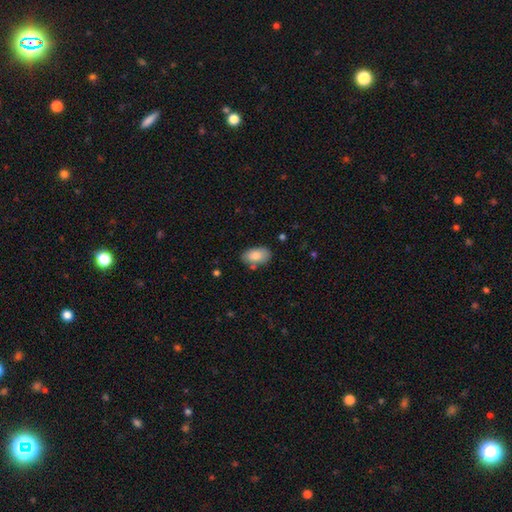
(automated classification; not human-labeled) This is clearly a smooth galaxy (84%). How rounded: clearly in between (93%). Merging: likely none (75%).